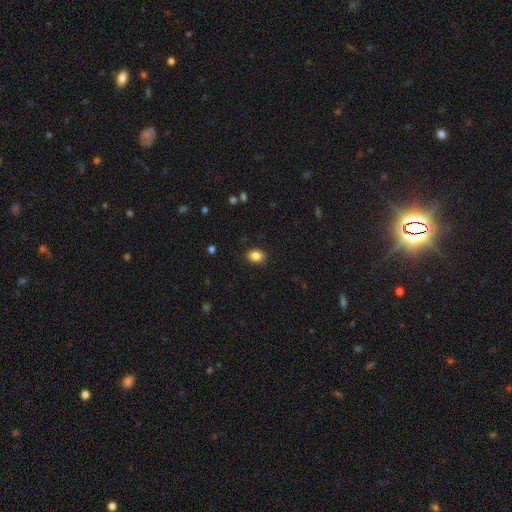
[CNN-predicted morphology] smooth 86%, star or artifact 9%, featured or disk 5%. Down the decision tree: how rounded — in between (62%); merging — none (86%).